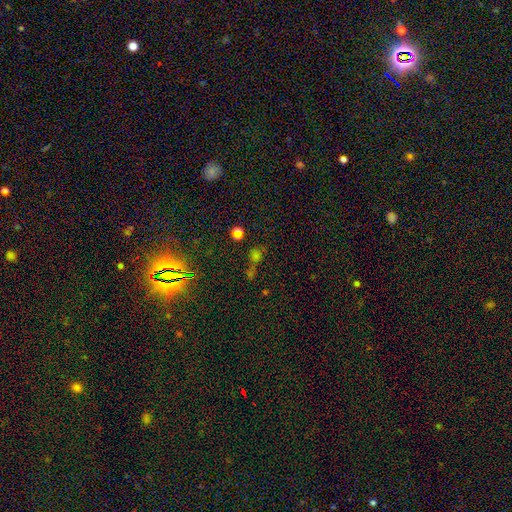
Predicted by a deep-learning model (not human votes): Overall: star or artifact (51%; smooth 39%).